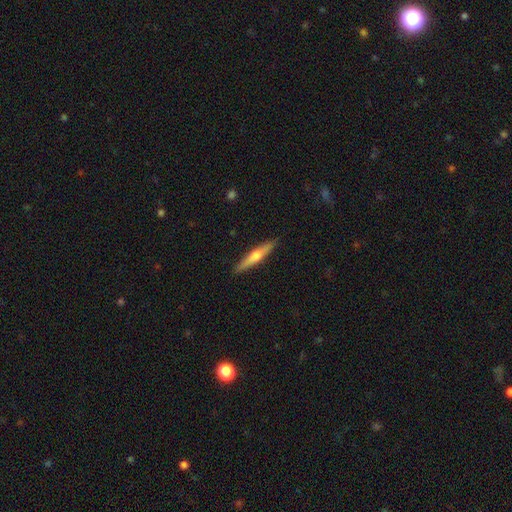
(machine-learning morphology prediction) featured or disk 53%, smooth 42%, star or artifact 5%. Down the decision tree: edge-on disk — yes (95%); edge-on bulge — rounded (87%); merging — none (90%).